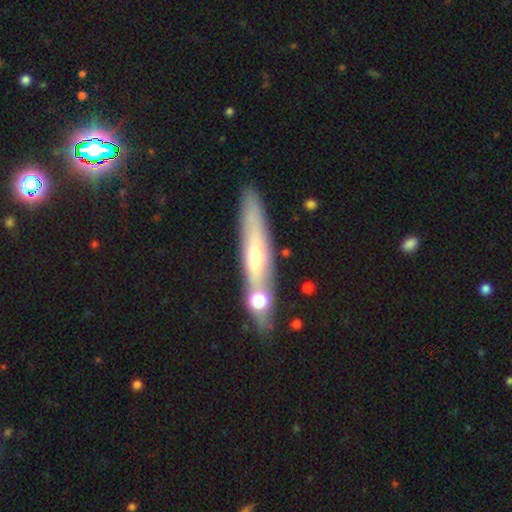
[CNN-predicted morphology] smooth-or-featured: featured or disk: 52% | smooth: 38% | star or artifact: 10%
  disk-edge-on: yes: 77% | no: 23%
  merging: none: 71% | merger: 14% | minor disturbance: 11% | major disturbance: 3%